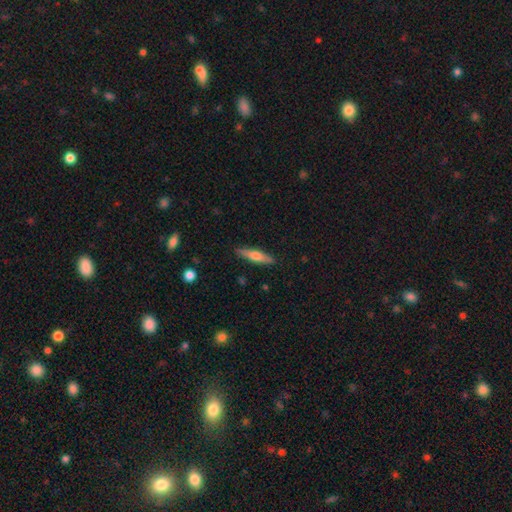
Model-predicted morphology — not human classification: Smooth or featured?
  - smooth: 57% *
  - featured or disk: 38%
  - star or artifact: 6%
How rounded?
  - cigar-shaped: 78% *
  - in between: 20%
  - round: 2%
Merging?
  - none: 88% *
  - minor disturbance: 9%
  - major disturbance: 2%
  - merger: 1%